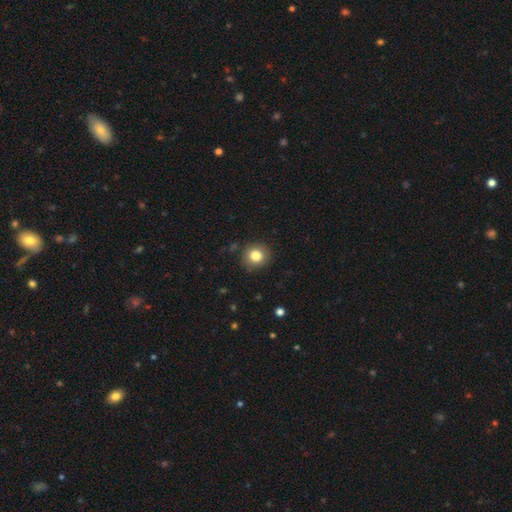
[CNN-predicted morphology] smooth-or-featured: smooth: 82% | star or artifact: 10% | featured or disk: 8%
  how-rounded: round: 88% | in between: 11% | cigar-shaped: 1%
  merging: none: 87% | minor disturbance: 9% | major disturbance: 2% | merger: 1%